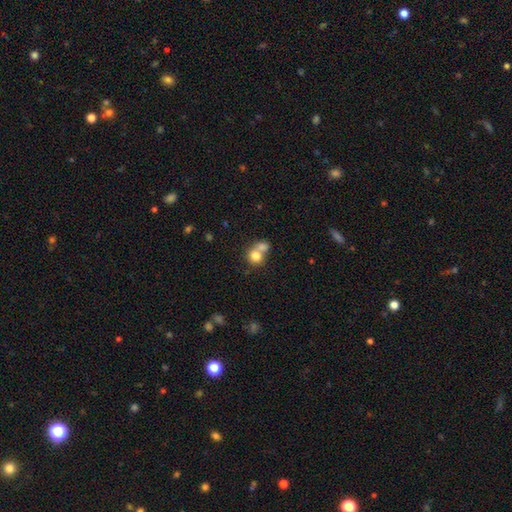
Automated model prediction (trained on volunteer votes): This is likely a smooth galaxy (78%). How rounded: likely round (77%). Merging: possibly merger (57%).